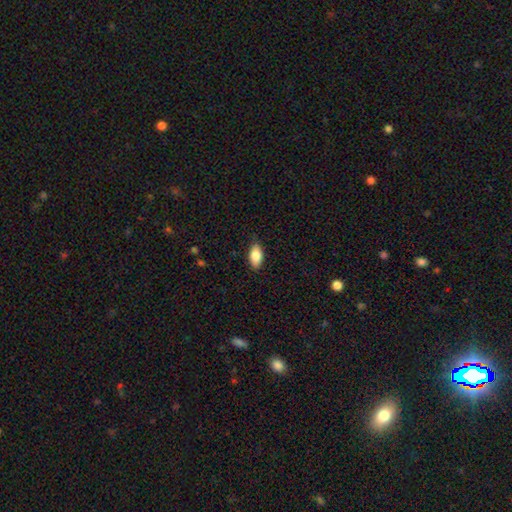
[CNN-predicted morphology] A smooth galaxy with no disk features (84%) that is in between round and cigar-shaped (90%). Merging: none (86%).